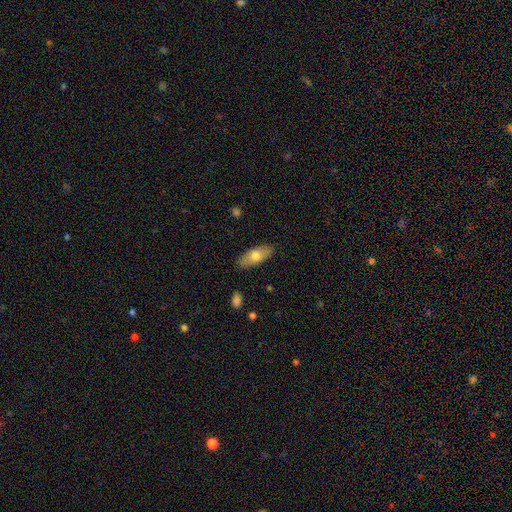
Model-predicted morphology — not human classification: Overall: smooth (69%). How rounded: in between (79%). Merging: none (87%).